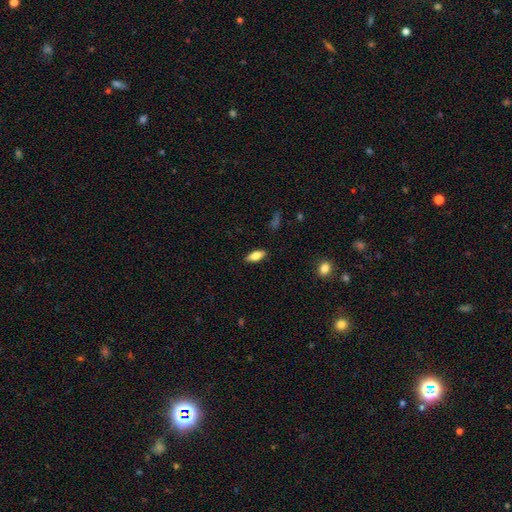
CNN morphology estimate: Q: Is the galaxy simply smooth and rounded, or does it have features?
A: smooth — 74%.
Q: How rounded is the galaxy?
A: in between — 79%.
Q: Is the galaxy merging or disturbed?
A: none — 88%.